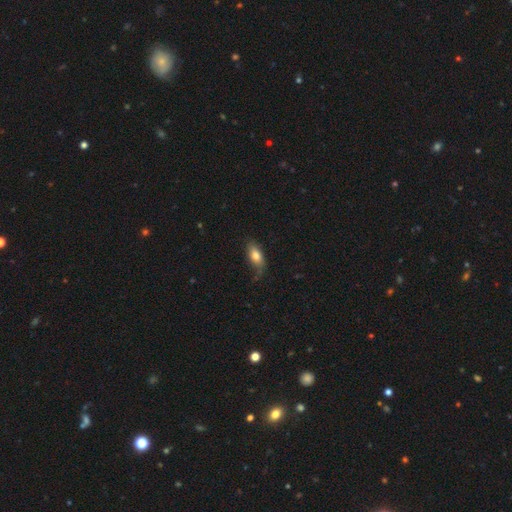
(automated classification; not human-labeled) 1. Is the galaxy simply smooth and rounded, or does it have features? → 77% smooth, 16% featured or disk, 7% star or artifact.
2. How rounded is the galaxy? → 84% in between, 11% cigar-shaped, 5% round.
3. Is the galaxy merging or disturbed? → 64% none, 27% minor disturbance, 7% major disturbance, 2% merger.